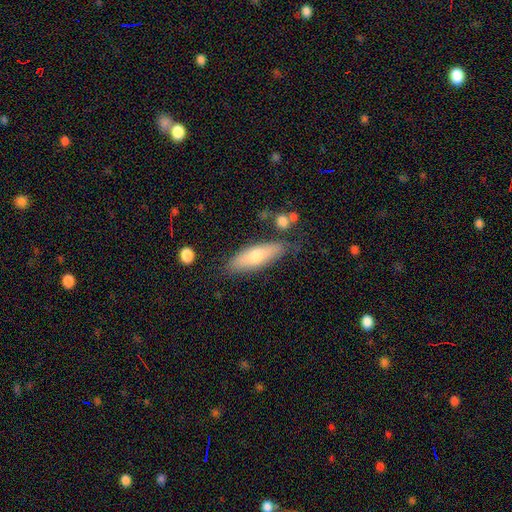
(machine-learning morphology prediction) This appears to be a smooth galaxy with no disk features (67%) that is in between round and cigar-shaped (53%). Merging: none (76%).